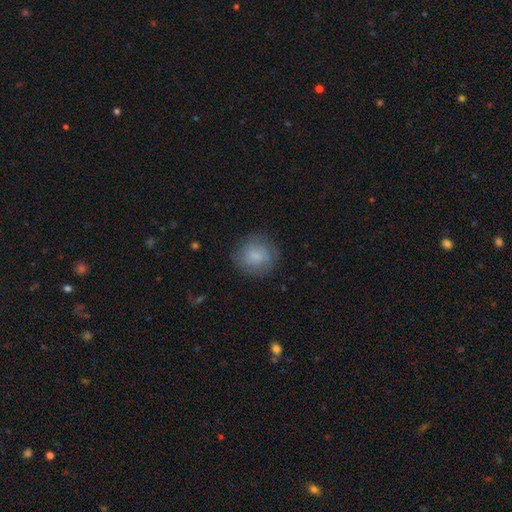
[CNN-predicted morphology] smooth_or_featured: smooth (p=0.79) [alt: featured or disk p=0.13]
how_rounded: round (p=0.83) [alt: in between p=0.16]
merging: none (p=0.80) [alt: minor disturbance p=0.14]